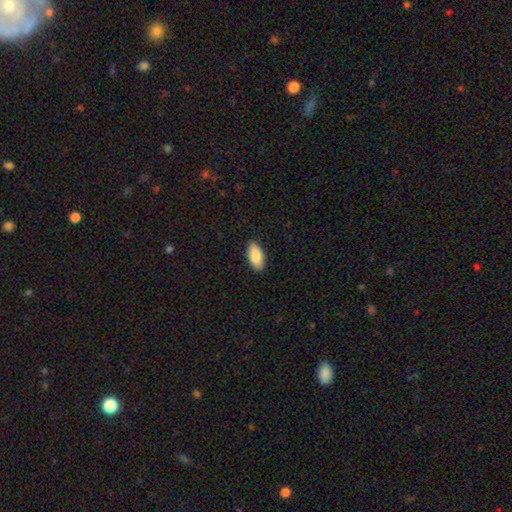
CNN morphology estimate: Q: Smooth or featured?
A: smooth (89%); runner-up: star or artifact (6%)
Q: How rounded?
A: in between (93%); runner-up: cigar-shaped (5%)
Q: Merging?
A: none (89%); runner-up: minor disturbance (8%)